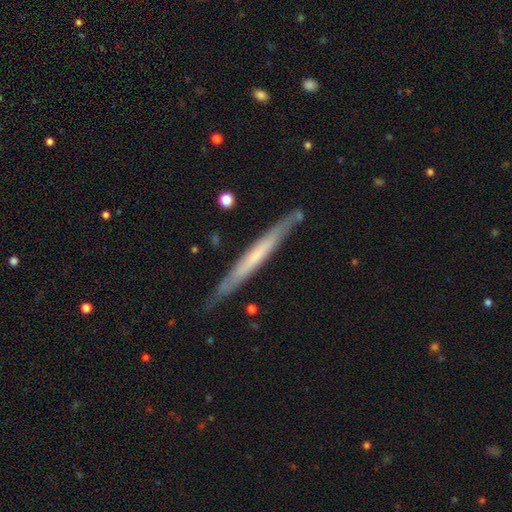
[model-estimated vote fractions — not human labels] Smooth or featured? Predicted: featured or disk (p=0.56). Edge-on disk? Predicted: yes (p=0.93). Edge-on bulge? Predicted: none (p=0.76). Merging? Predicted: none (p=0.83).